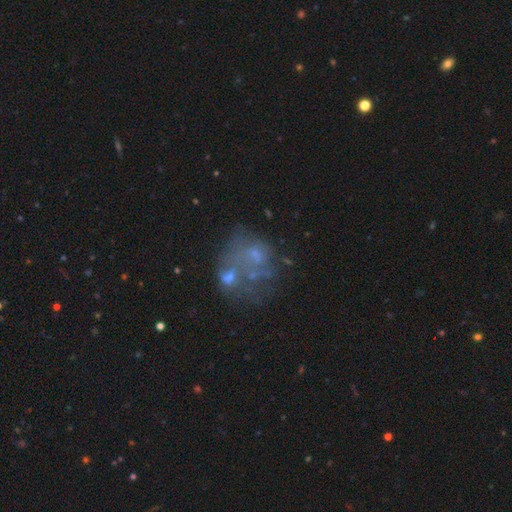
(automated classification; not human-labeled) The model was most divided on "merging": none: 30%, major disturbance: 28%, merger: 27%, minor disturbance: 15%. More confident: edge-on disk — no (98%); bar — no (90%); spiral arms — no (88%); smooth or featured — featured or disk (53%); bulge size — none (51%).